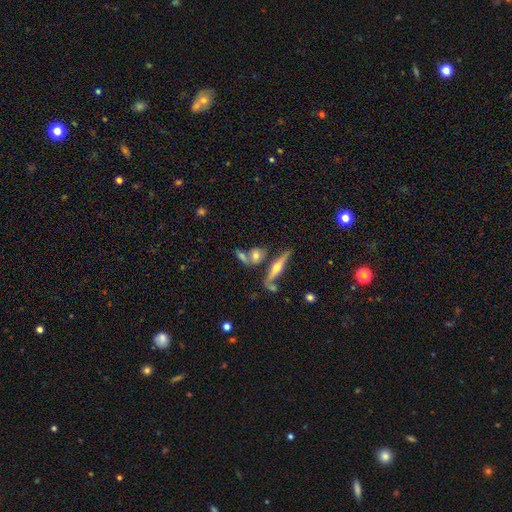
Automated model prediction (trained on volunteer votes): A smooth galaxy with no disk features (49%).

Vote fractions:
- Smooth or featured? smooth: 49% / featured or disk: 41% / star or artifact: 10%
- Merging? none: 52% / merger: 29% / minor disturbance: 13% / major disturbance: 5%